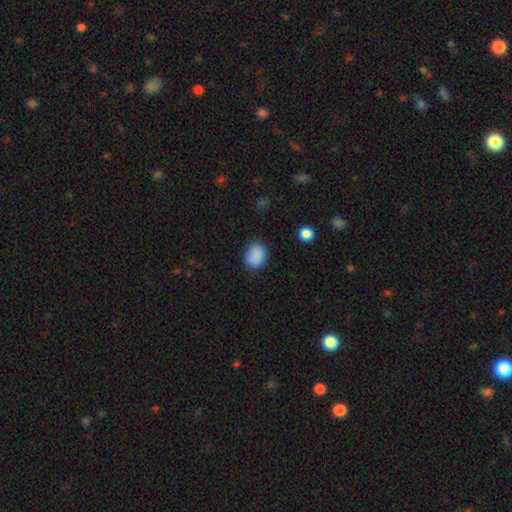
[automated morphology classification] This appears to be a smooth galaxy with no disk features (87%) that is round (50%). Merging: none (77%).